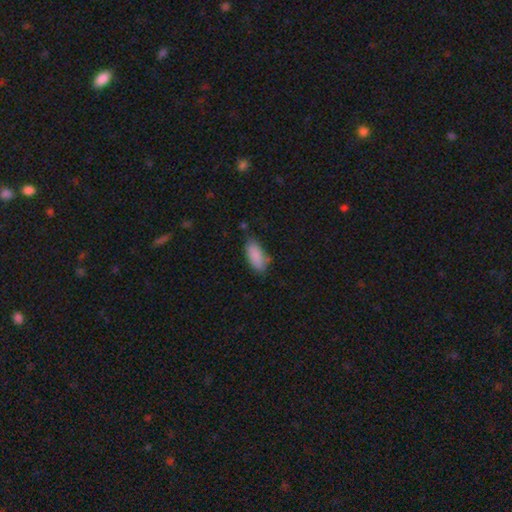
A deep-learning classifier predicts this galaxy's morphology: Smooth or featured? smooth (88%)
How rounded? in between (87%)
Merging? none (69%)